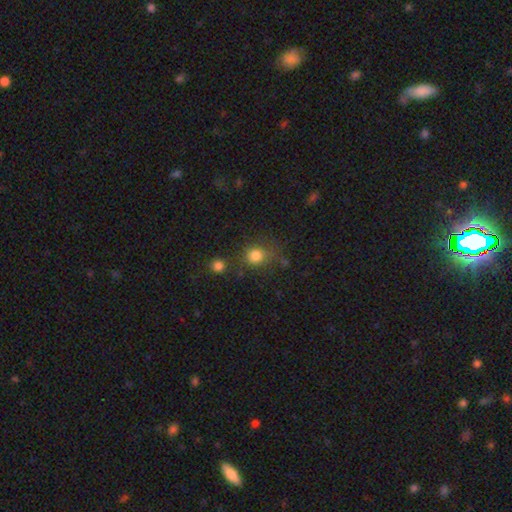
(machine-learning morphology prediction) smooth_or_featured: smooth (p=0.81) [alt: star or artifact p=0.13]
how_rounded: round (p=0.83) [alt: in between p=0.16]
merging: none (p=0.66) [alt: minor disturbance p=0.15]